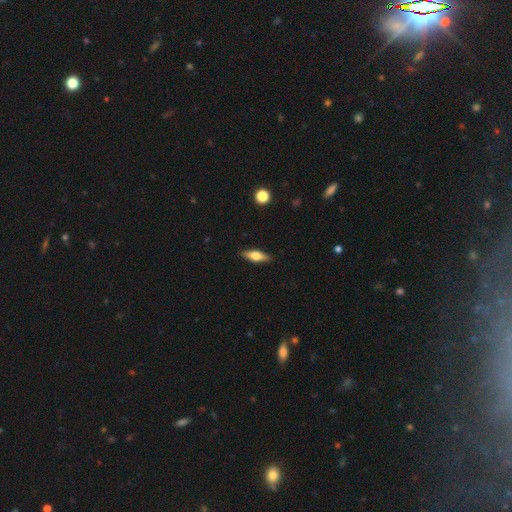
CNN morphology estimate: smooth 51%, featured or disk 42%, star or artifact 7%. Down the decision tree: how rounded — in between (51%); merging — none (89%).